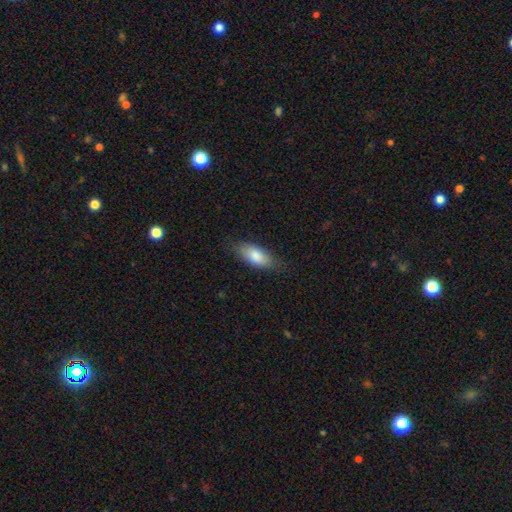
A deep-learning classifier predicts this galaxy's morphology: A smooth galaxy with no disk features (82%) that is in between round and cigar-shaped (85%). Merging: none (75%).